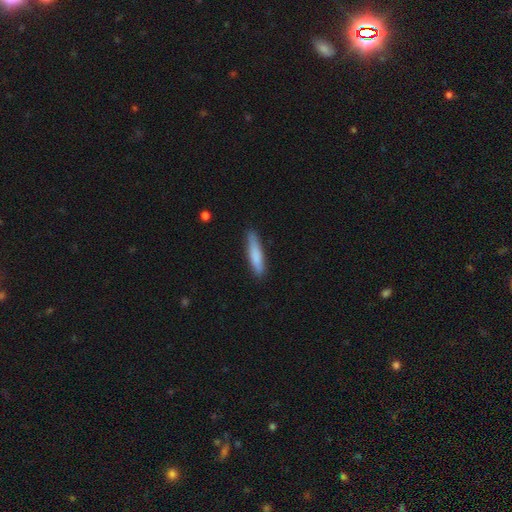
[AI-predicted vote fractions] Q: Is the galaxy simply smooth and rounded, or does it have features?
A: smooth — 82%.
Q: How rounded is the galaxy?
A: cigar-shaped — 82%.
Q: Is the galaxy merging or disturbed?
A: none — 84%.